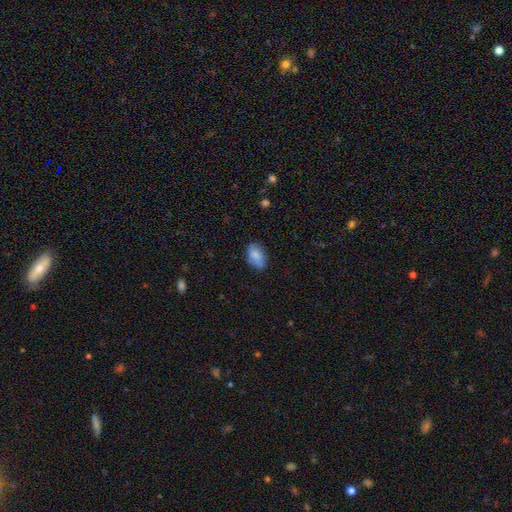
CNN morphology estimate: This is likely a smooth galaxy (78%). How rounded: clearly in between (87%). Merging: likely none (61%).